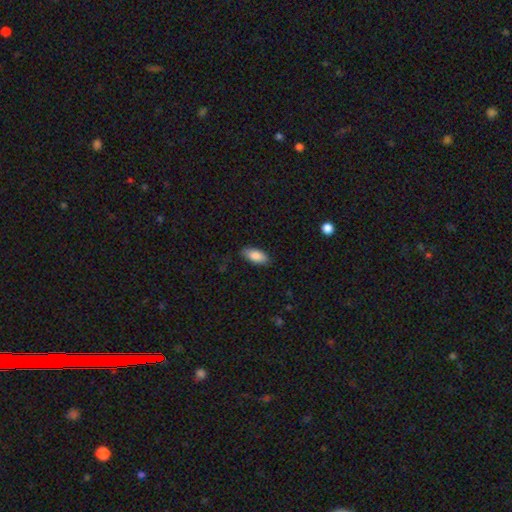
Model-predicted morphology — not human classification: A smooth galaxy with no disk features (87%) that is in between round and cigar-shaped (89%). Merging: none (83%).